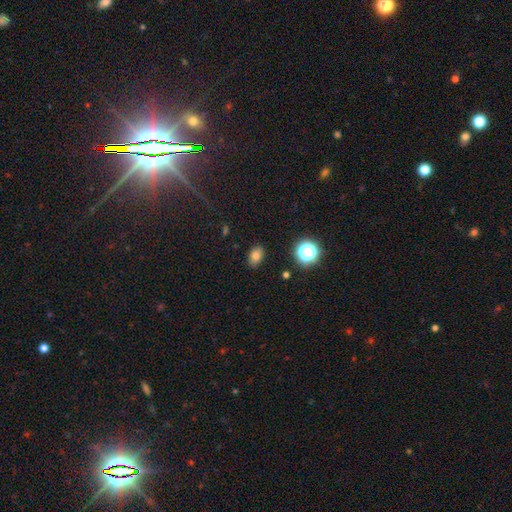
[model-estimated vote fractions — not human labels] Q: Smooth or featured?
A: smooth (76%); runner-up: star or artifact (15%)
Q: How rounded?
A: in between (83%); runner-up: round (15%)
Q: Merging?
A: none (85%); runner-up: minor disturbance (11%)